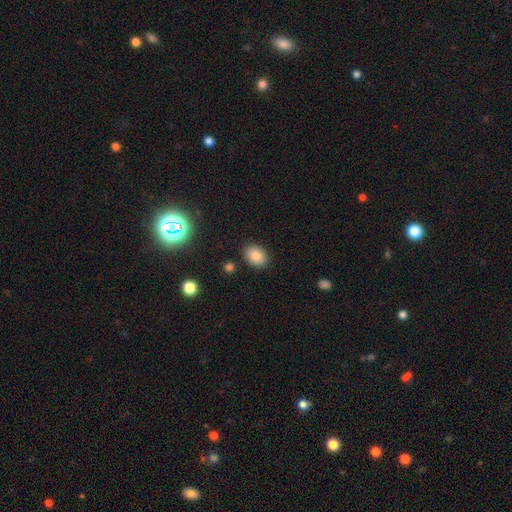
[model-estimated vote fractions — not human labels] Smooth or featured? smooth (83%)
How rounded? in between (74%)
Merging? none (87%)